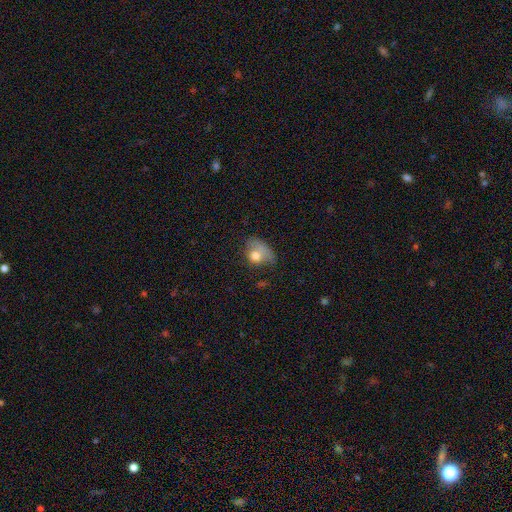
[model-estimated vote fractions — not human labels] smooth-or-featured: smooth: 70% | featured or disk: 20% | star or artifact: 10%
  how-rounded: in between: 66% | round: 32% | cigar-shaped: 2%
  merging: major disturbance: 37% | minor disturbance: 28% | none: 25% | merger: 10%